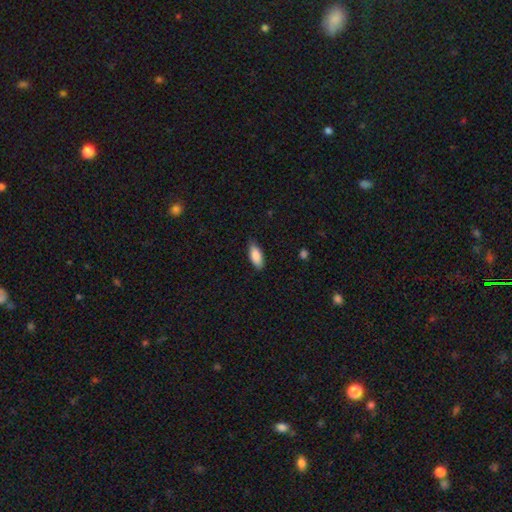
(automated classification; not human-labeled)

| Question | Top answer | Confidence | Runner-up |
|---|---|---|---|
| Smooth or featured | smooth | 86% | featured or disk (8%) |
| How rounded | in between | 84% | cigar-shaped (14%) |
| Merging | none | 82% | minor disturbance (14%) |